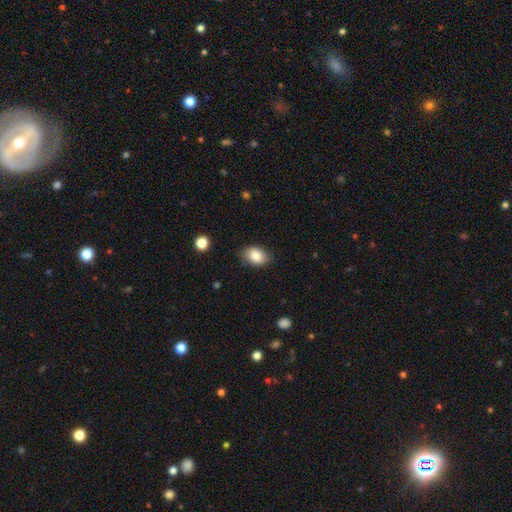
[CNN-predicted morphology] Smooth or featured? Predicted: smooth (p=0.85). How rounded? Predicted: in between (p=0.84). Merging? Predicted: none (p=0.81).